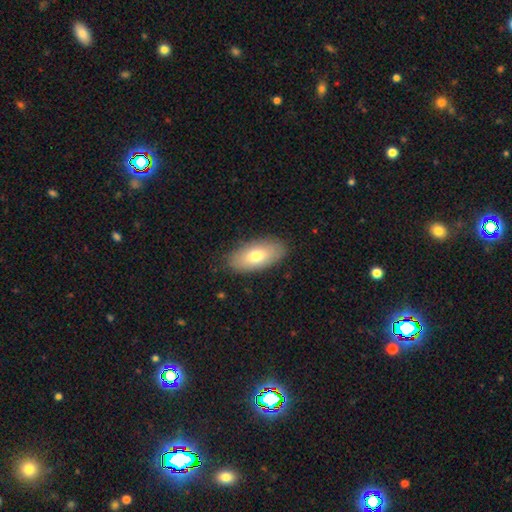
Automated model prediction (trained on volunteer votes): Overall: smooth (75%). How rounded: in between (92%). Merging: none (86%).